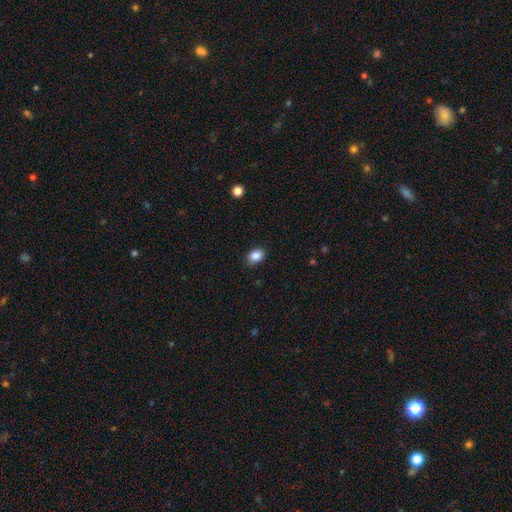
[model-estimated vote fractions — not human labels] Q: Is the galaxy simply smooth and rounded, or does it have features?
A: smooth — 88%.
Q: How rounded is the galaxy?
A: in between — 73%.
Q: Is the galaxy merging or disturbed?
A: none — 87%.